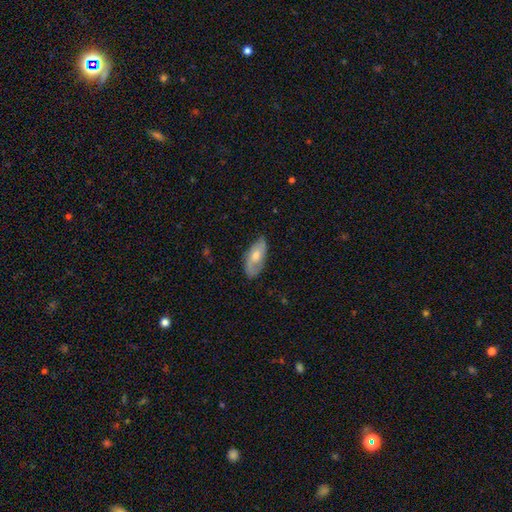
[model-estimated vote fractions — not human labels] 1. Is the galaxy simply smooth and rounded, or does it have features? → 53% smooth, 41% featured or disk, 6% star or artifact.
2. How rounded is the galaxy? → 88% in between, 9% cigar-shaped, 3% round.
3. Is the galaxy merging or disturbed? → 73% none, 21% minor disturbance, 5% major disturbance, 1% merger.